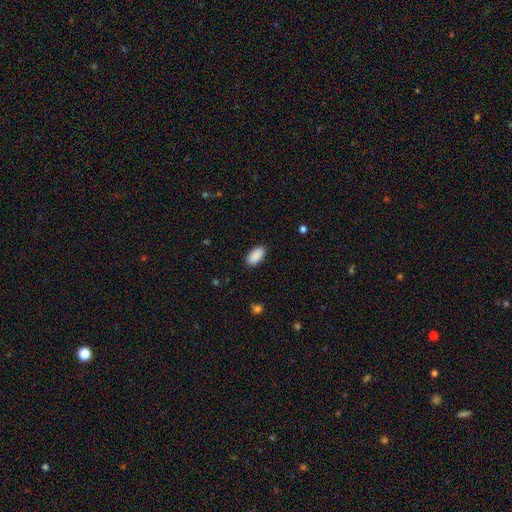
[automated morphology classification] type=smooth (91%); roundness=in between (95%); merging=none (89%).